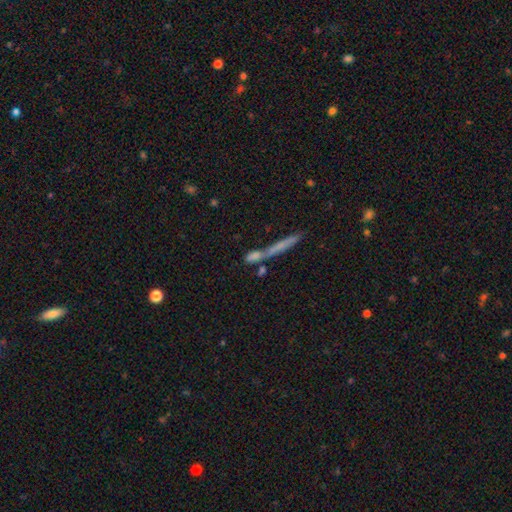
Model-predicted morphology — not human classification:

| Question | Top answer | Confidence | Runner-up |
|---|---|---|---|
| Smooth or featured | smooth | 54% | featured or disk (32%) |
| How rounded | cigar-shaped | 85% | in between (10%) |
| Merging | none | 49% | merger (33%) |